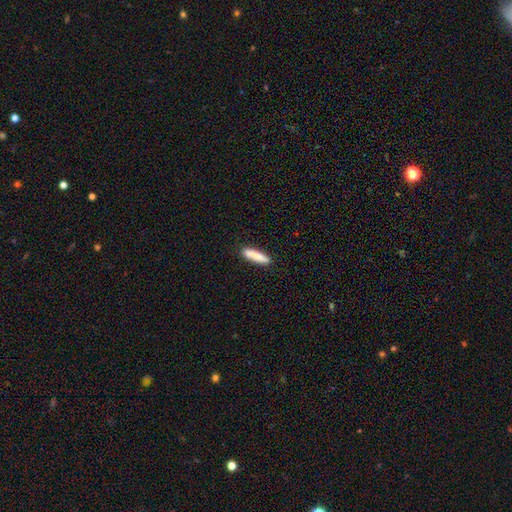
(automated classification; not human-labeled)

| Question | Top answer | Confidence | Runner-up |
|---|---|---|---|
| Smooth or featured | smooth | 85% | featured or disk (9%) |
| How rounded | cigar-shaped | 81% | in between (18%) |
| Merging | none | 86% | minor disturbance (10%) |